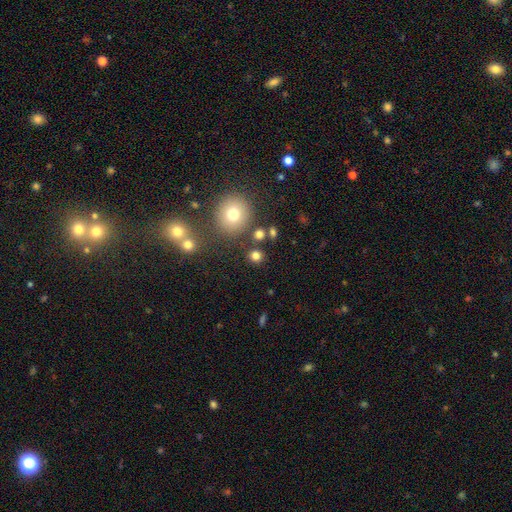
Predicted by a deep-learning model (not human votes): Overall: smooth (77%). How rounded: round (89%). Merging: none (82%).